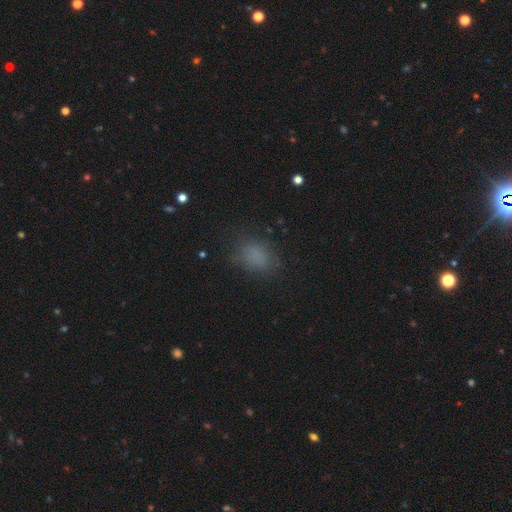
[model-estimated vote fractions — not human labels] Smooth or featured: smooth — 79% (star or artifact — 14%)
How rounded: in between — 66% (round — 32%)
Merging: none — 76% (minor disturbance — 16%)